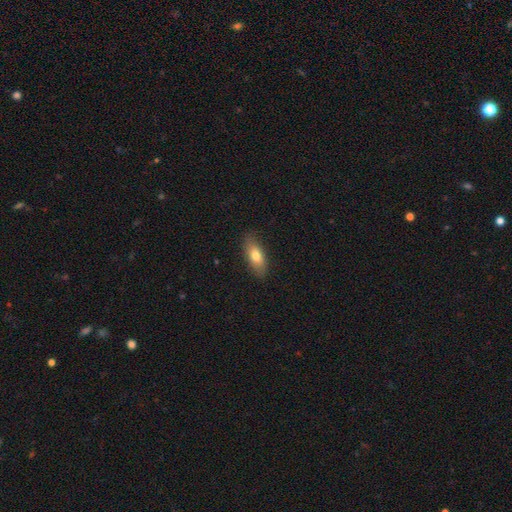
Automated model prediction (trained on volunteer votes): This appears to be a smooth galaxy with no disk features (74%) that is in between round and cigar-shaped (79%). Merging: none (85%).